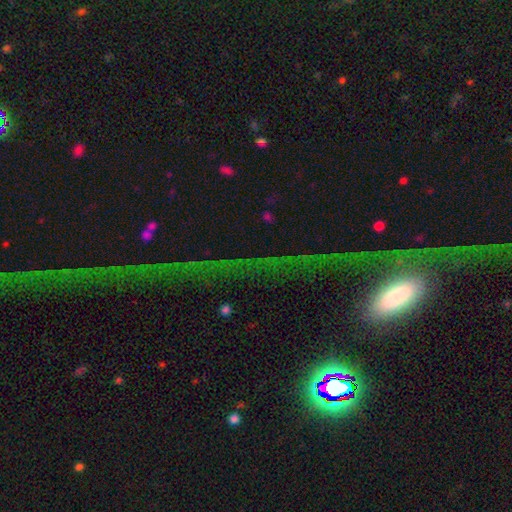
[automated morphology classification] Smooth or featured? Predicted: star or artifact (p=0.73).